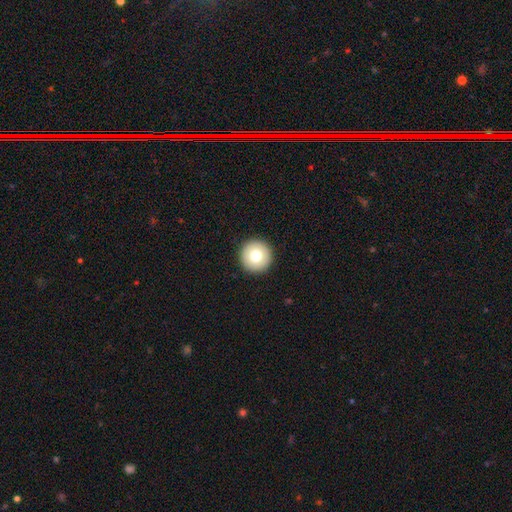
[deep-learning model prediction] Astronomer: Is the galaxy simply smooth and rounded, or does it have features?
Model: smooth — 75%.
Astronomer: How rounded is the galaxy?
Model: round — 97%.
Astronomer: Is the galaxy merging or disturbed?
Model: none — 94%.